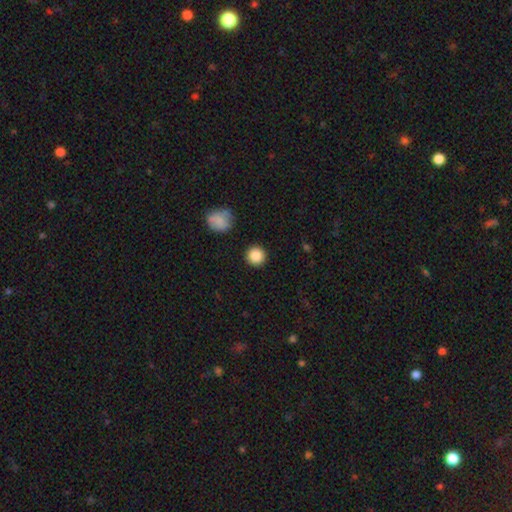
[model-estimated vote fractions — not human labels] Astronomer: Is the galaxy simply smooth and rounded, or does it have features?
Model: smooth — 87%.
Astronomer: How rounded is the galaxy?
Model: round — 95%.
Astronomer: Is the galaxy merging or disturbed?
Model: none — 92%.